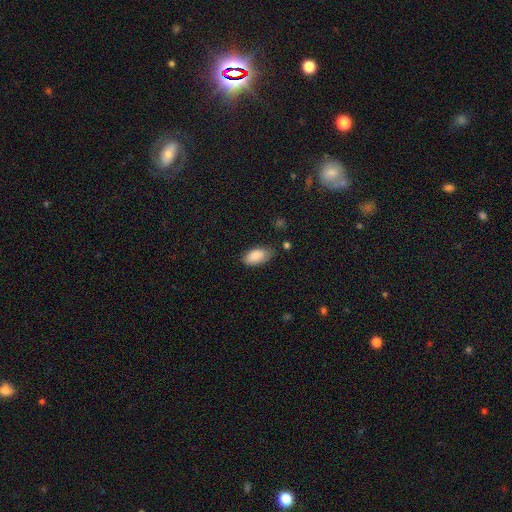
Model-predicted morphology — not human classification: This is clearly a smooth galaxy (88%). How rounded: clearly in between (93%). Merging: likely none (70%).